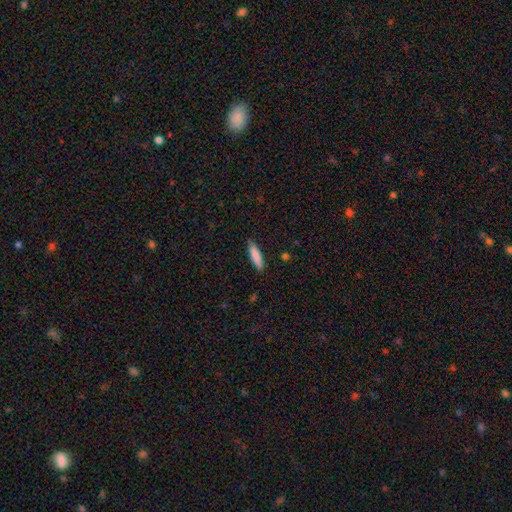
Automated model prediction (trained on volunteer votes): Smooth or featured? smooth (84%)
How rounded? cigar-shaped (76%)
Merging? none (88%)